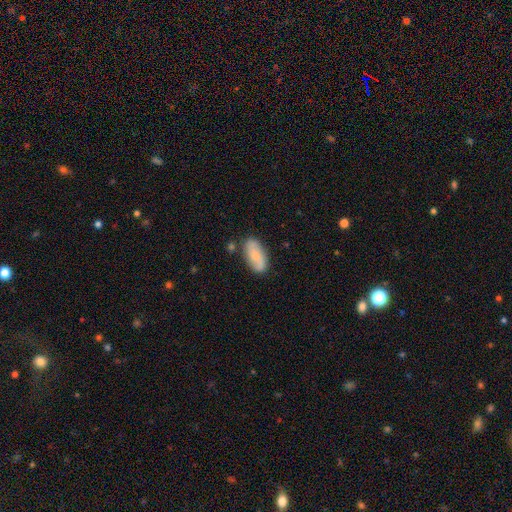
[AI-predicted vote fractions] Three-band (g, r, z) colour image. It shows a smooth galaxy with no disk features (52%) that is in between round and cigar-shaped (88%). Merging: none (75%).